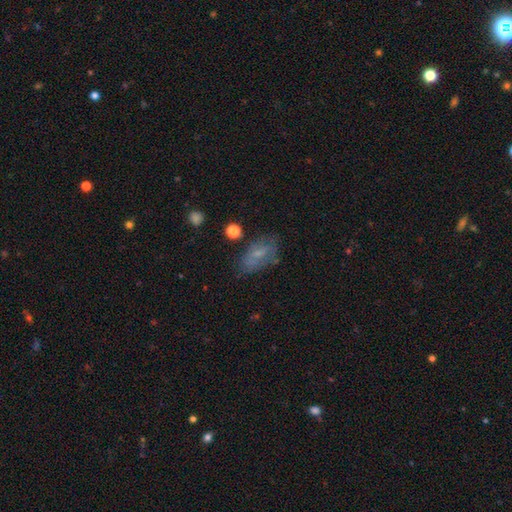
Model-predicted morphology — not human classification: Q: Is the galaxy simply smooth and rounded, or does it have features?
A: smooth — 52%.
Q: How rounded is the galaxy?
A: in between — 86%.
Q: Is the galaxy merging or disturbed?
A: none — 58%.